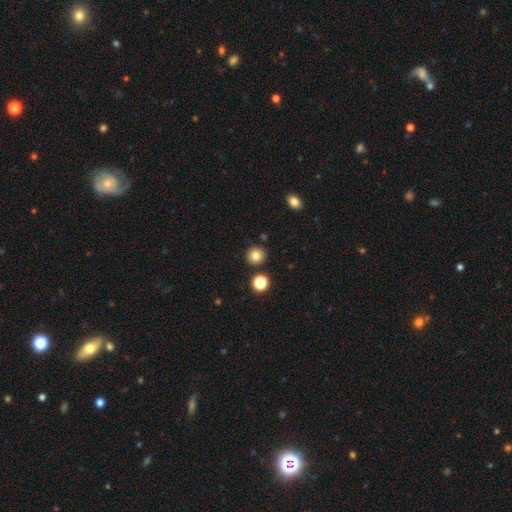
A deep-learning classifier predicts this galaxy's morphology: Overall: smooth (82%). How rounded: round (90%). Merging: none (87%).